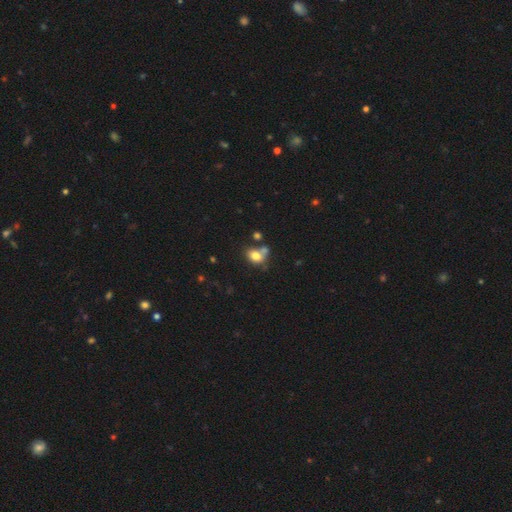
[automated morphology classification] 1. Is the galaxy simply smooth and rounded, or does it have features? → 78% smooth, 11% featured or disk, 11% star or artifact.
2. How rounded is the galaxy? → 59% in between, 40% round, 1% cigar-shaped.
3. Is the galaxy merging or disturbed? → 48% none, 31% merger, 15% minor disturbance, 6% major disturbance.